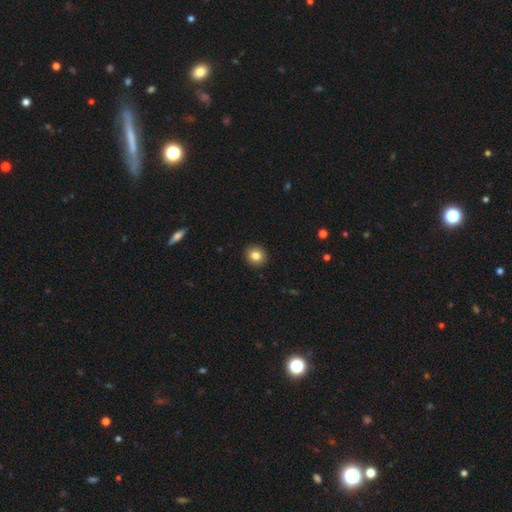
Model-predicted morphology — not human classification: type=smooth (82%); roundness=round (87%); merging=none (93%).